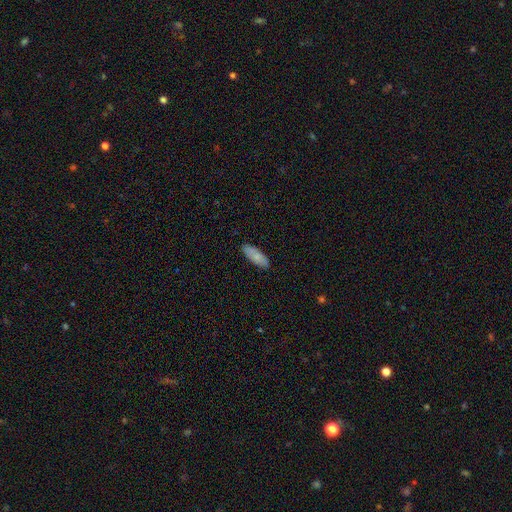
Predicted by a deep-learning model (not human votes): Smooth or featured: smooth — 79% (featured or disk — 15%)
How rounded: in between — 70% (cigar-shaped — 28%)
Merging: none — 86% (minor disturbance — 11%)